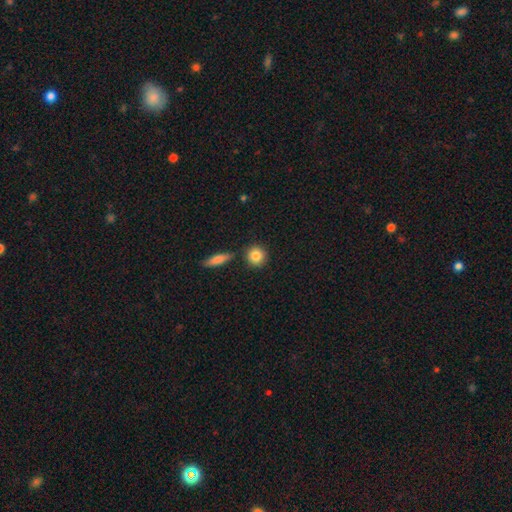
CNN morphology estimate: smooth 84%, star or artifact 8%, featured or disk 8%. Down the decision tree: how rounded — round (88%); merging — none (84%).